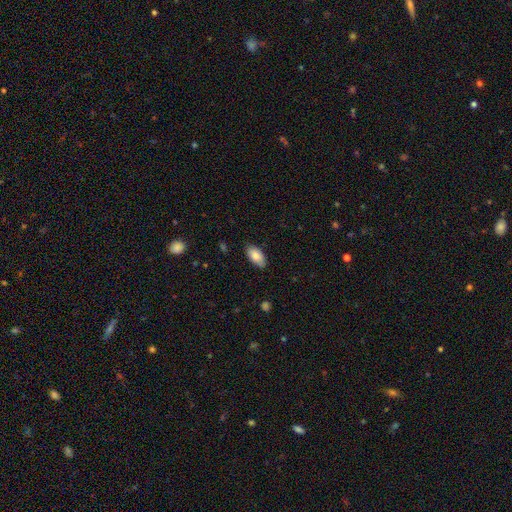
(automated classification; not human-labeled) smooth 85%, featured or disk 8%, star or artifact 6%. Down the decision tree: how rounded — in between (94%); merging — none (83%).